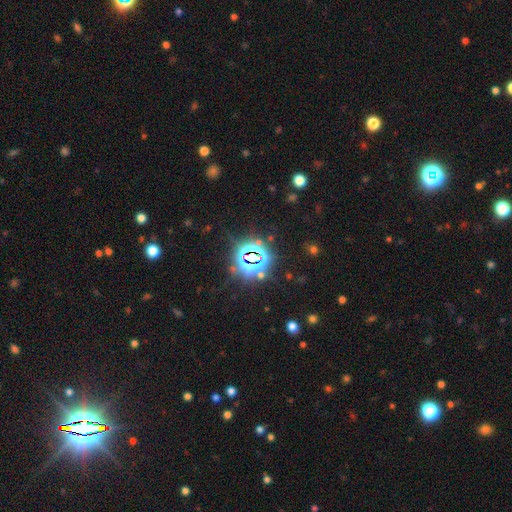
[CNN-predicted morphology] Smooth or featured: star or artifact — 82% (smooth — 11%)